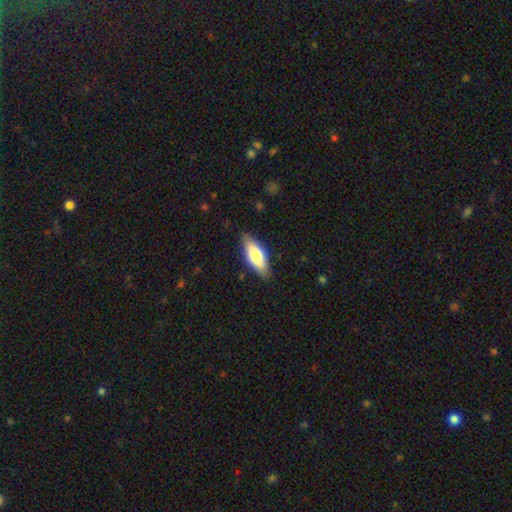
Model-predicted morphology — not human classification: smooth_or_featured: smooth (p=0.73) [alt: featured or disk p=0.22]
how_rounded: in between (p=0.74) [alt: cigar-shaped p=0.24]
merging: none (p=0.85) [alt: minor disturbance p=0.12]